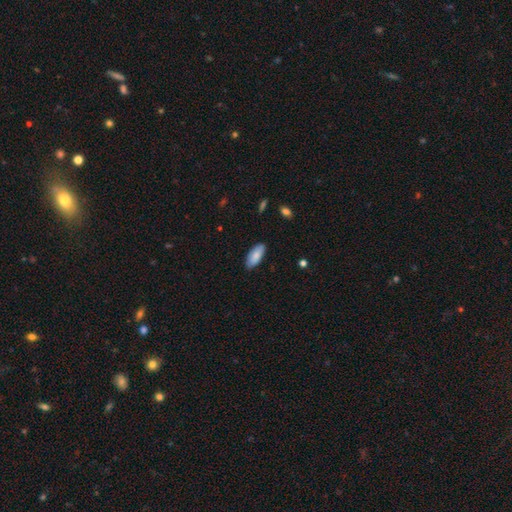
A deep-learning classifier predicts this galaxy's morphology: Smooth or featured?
  - smooth: 84% *
  - featured or disk: 10%
  - star or artifact: 6%
How rounded?
  - in between: 87% *
  - cigar-shaped: 12%
  - round: 2%
Merging?
  - none: 85% *
  - minor disturbance: 12%
  - major disturbance: 2%
  - merger: 1%